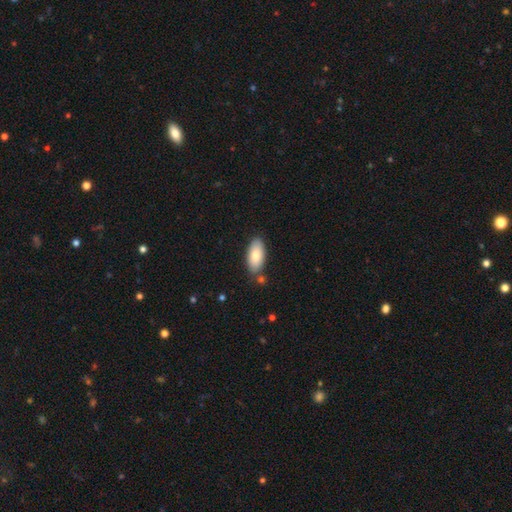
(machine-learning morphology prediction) Smooth or featured?
  - smooth: 81% *
  - featured or disk: 13%
  - star or artifact: 6%
How rounded?
  - in between: 92% *
  - cigar-shaped: 6%
  - round: 2%
Merging?
  - none: 79% *
  - minor disturbance: 13%
  - merger: 6%
  - major disturbance: 3%